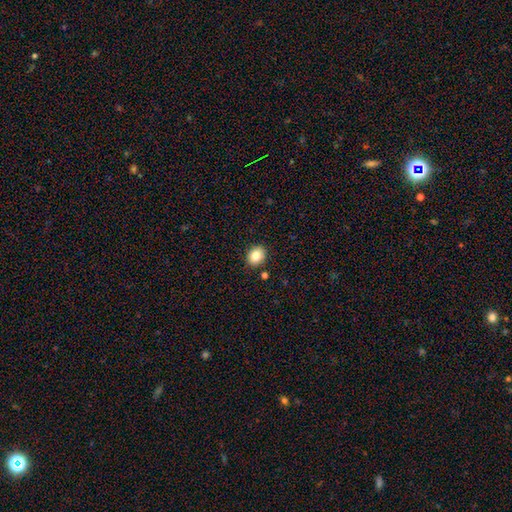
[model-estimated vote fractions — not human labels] A smooth galaxy with no disk features (84%) that is round (55%).

Vote fractions:
- Smooth or featured? smooth: 84% / star or artifact: 9% / featured or disk: 7%
- How rounded? round: 55% / in between: 44% / cigar-shaped: 1%
- Merging? none: 88% / minor disturbance: 7% / merger: 2% / major disturbance: 2%